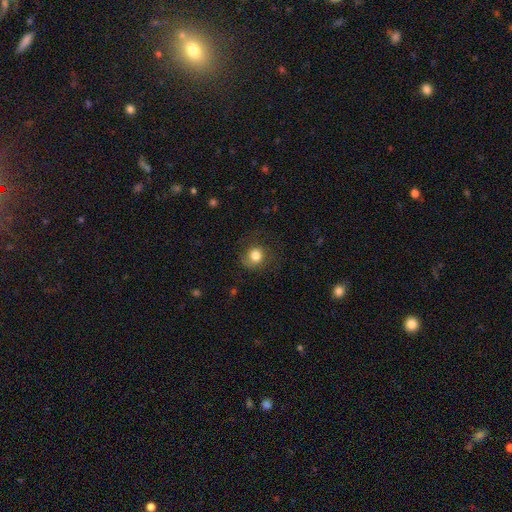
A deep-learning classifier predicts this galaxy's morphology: Overall: smooth (81%). How rounded: round (84%). Merging: none (72%).